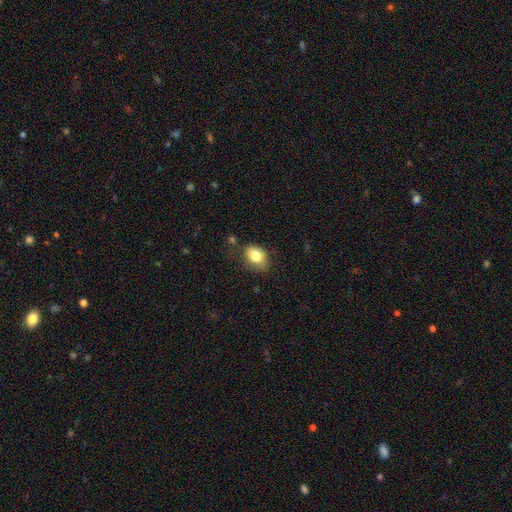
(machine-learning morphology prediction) A smooth galaxy with no disk features (81%) that is in between round and cigar-shaped (73%).

Vote fractions:
- Smooth or featured? smooth: 81% / featured or disk: 11% / star or artifact: 9%
- How rounded? in between: 73% / round: 26% / cigar-shaped: 1%
- Merging? none: 62% / minor disturbance: 27% / major disturbance: 8% / merger: 4%